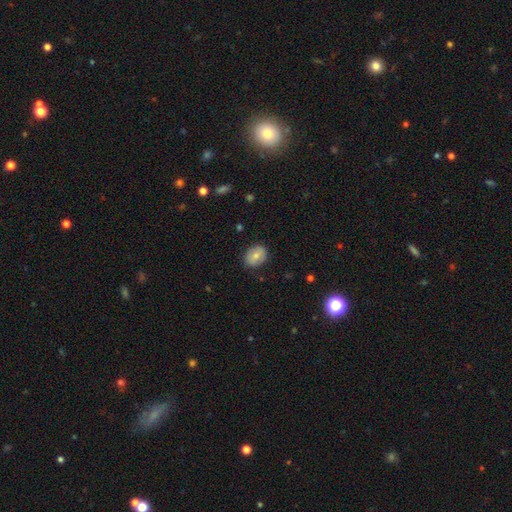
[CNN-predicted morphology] A smooth galaxy with no disk features (72%) that is in between round and cigar-shaped (61%).

Vote fractions:
- Smooth or featured? smooth: 72% / featured or disk: 20% / star or artifact: 8%
- How rounded? in between: 61% / round: 38% / cigar-shaped: 1%
- Merging? none: 84% / minor disturbance: 12% / major disturbance: 3% / merger: 1%